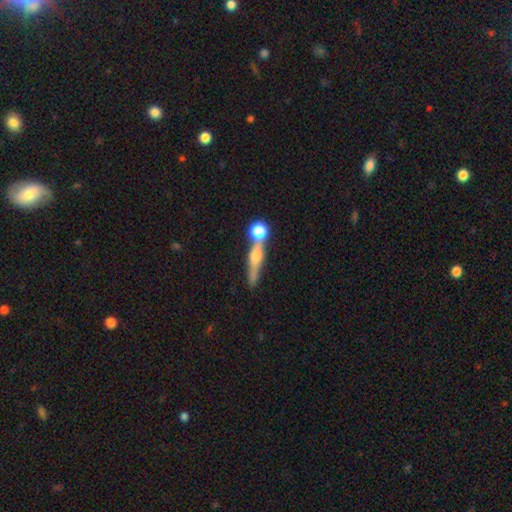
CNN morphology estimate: featured or disk 59%, smooth 30%, star or artifact 11%. Down the decision tree: edge-on disk — yes (91%); edge-on bulge — rounded (88%); merging — none (63%).